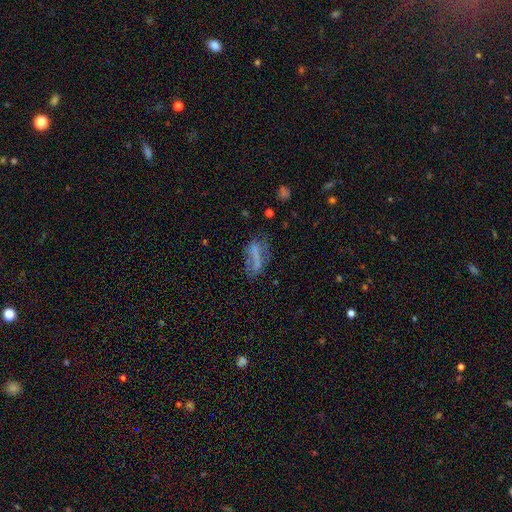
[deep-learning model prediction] A smooth galaxy with no disk features (45%). Merging: none (45%).